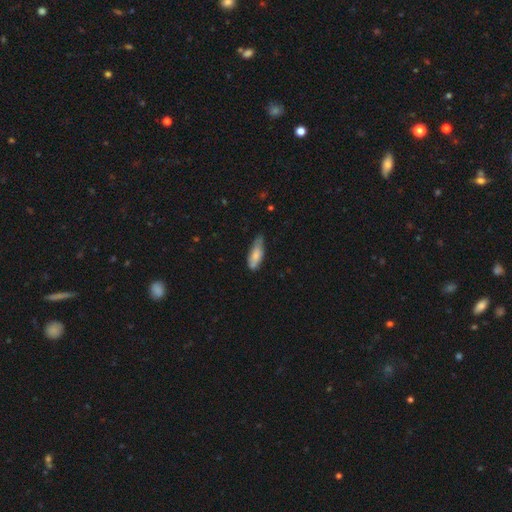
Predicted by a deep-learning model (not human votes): Smooth or featured? smooth (72%)
How rounded? in between (65%)
Merging? none (51%)